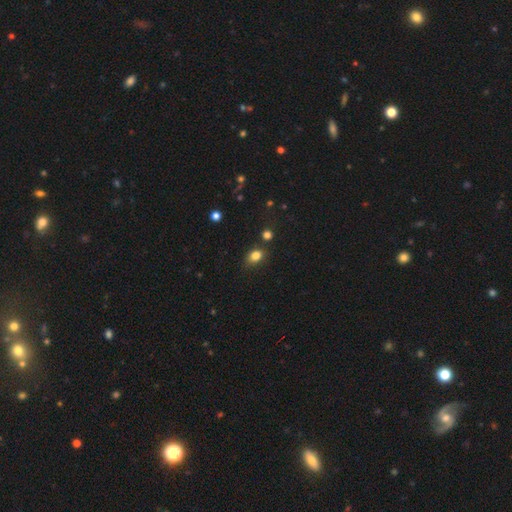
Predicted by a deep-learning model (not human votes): This is clearly a smooth galaxy (82%). How rounded: likely in between (66%). Merging: likely none (69%).